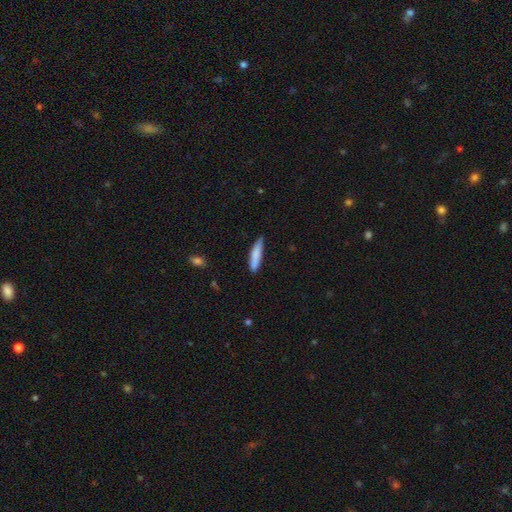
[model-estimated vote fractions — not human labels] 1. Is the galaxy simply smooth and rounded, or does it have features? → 80% smooth, 14% featured or disk, 6% star or artifact.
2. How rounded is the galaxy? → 84% cigar-shaped, 15% in between, 1% round.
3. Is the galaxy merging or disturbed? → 76% none, 19% minor disturbance, 3% major disturbance, 2% merger.